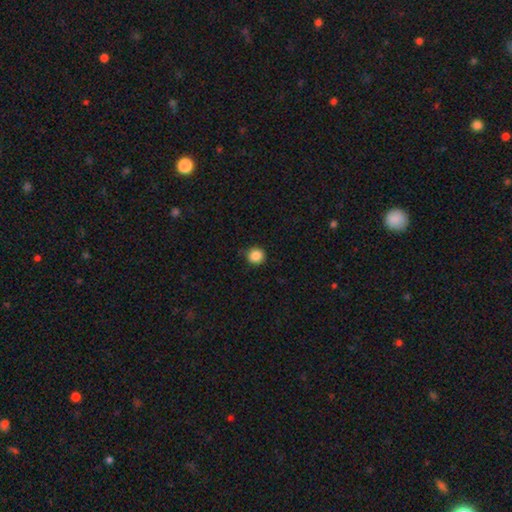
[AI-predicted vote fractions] Smooth or featured? Predicted: smooth (p=0.86). How rounded? Predicted: round (p=0.93). Merging? Predicted: none (p=0.84).